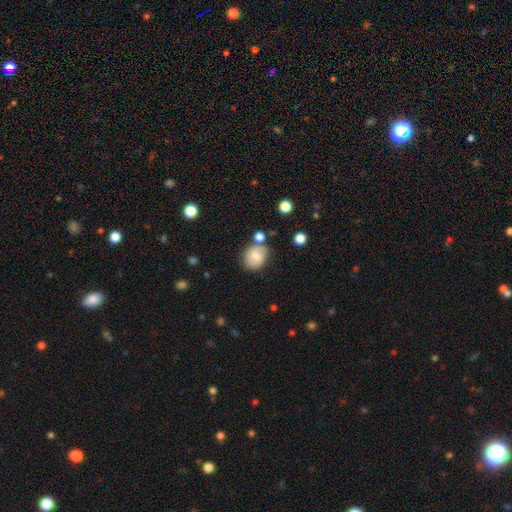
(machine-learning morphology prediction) This appears to be a smooth galaxy with no disk features (75%) that is round (66%). Merging: none (66%).